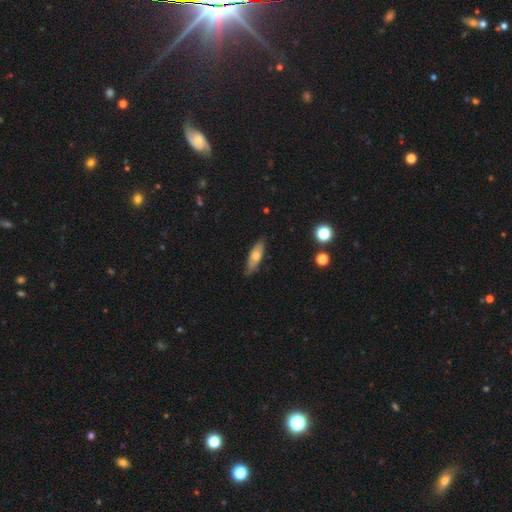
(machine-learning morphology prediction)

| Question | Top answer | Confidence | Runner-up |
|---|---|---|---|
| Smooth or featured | smooth | 60% | featured or disk (33%) |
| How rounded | in between | 54% | cigar-shaped (43%) |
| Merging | none | 81% | minor disturbance (16%) |